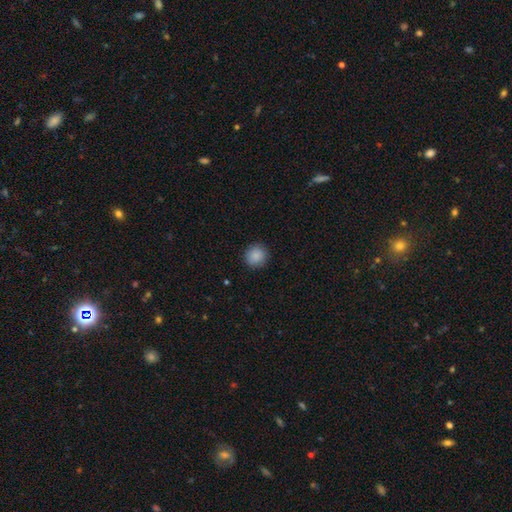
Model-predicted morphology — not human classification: This appears to be a smooth galaxy with no disk features (88%) that is round (89%). Merging: none (90%).